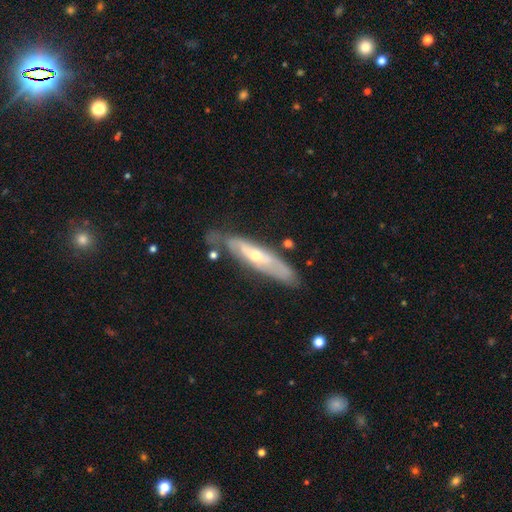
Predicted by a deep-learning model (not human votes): The model was most divided on "edge-on disk": no: 56%, yes: 44%. More confident: smooth or featured — featured or disk (69%); merging — none (64%).